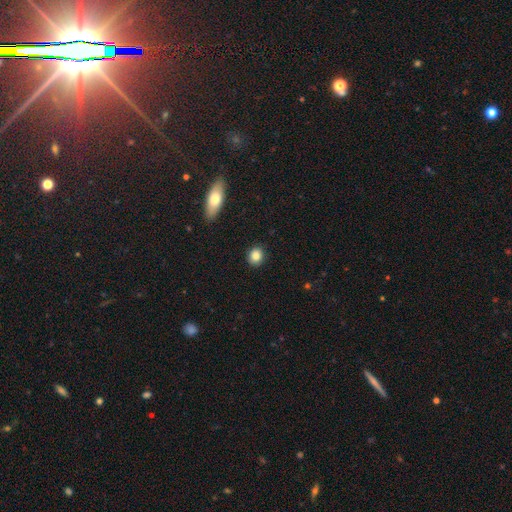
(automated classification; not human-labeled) The model was most divided on "how rounded": round: 72%, in between: 26%, cigar-shaped: 1%. More confident: merging — none (89%); smooth or featured — smooth (85%).